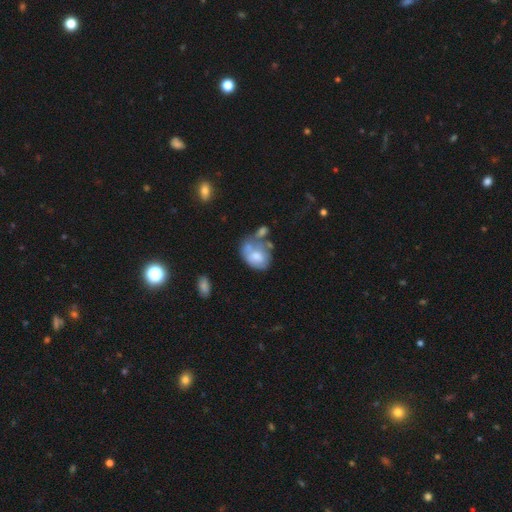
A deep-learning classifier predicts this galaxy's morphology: smooth-or-featured: smooth: 54% | featured or disk: 38% | star or artifact: 8%
  how-rounded: in between: 67% | round: 32% | cigar-shaped: 1%
  merging: merger: 33% | none: 25% | minor disturbance: 23% | major disturbance: 19%